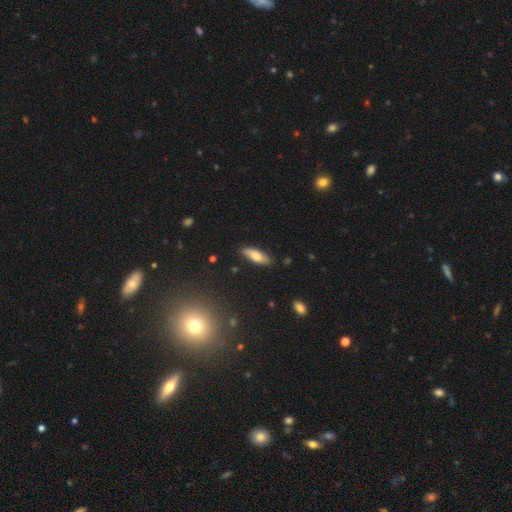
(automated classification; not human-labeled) This appears to be a smooth galaxy with no disk features (73%) that is in between round and cigar-shaped (62%). Merging: none (84%).